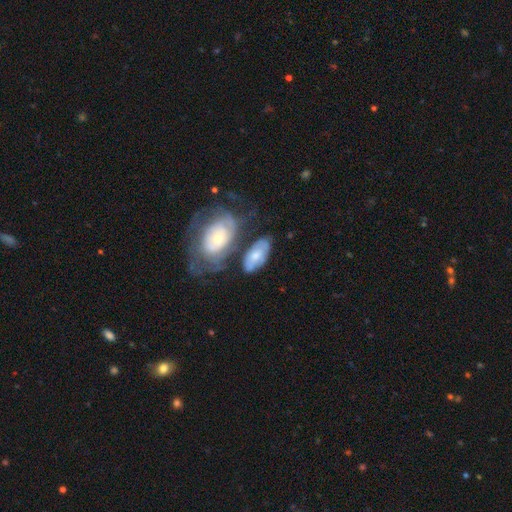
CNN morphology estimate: Overall: featured or disk (51%; smooth 43%). Edge-on disk: no (90%). Merging: none (49%; merger 22%).